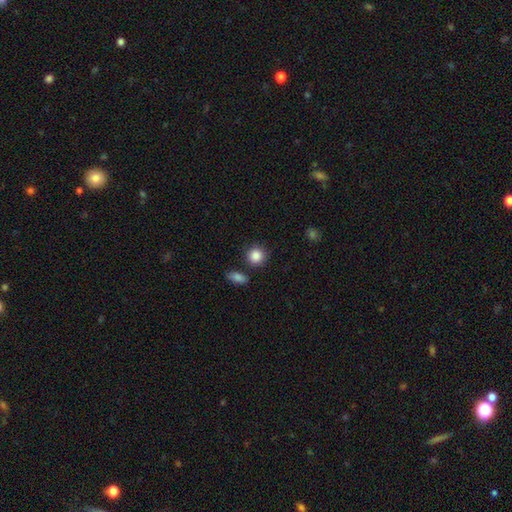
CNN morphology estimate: type=smooth (87%); roundness=round (88%); merging=none (82%).